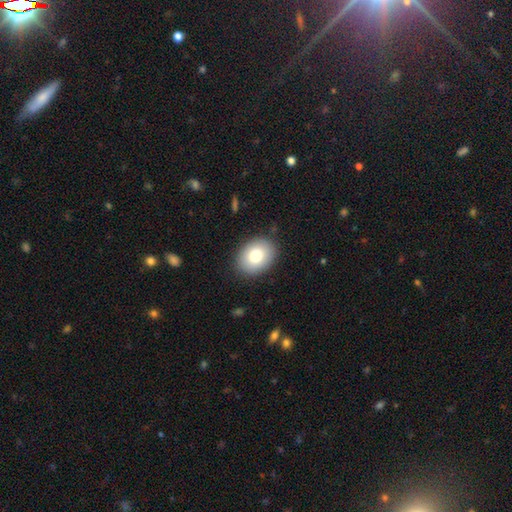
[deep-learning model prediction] This is likely a smooth galaxy (79%). How rounded: likely in between (66%). Merging: clearly none (88%).